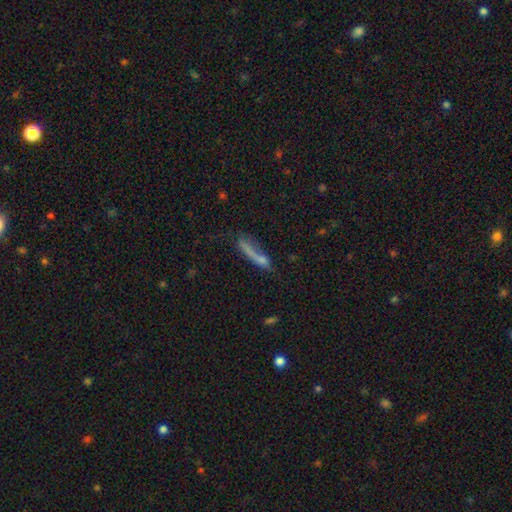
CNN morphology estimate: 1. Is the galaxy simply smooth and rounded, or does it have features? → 60% smooth, 28% featured or disk, 12% star or artifact.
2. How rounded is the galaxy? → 87% cigar-shaped, 10% in between, 3% round.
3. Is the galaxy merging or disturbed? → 48% none, 21% minor disturbance, 18% major disturbance, 12% merger.